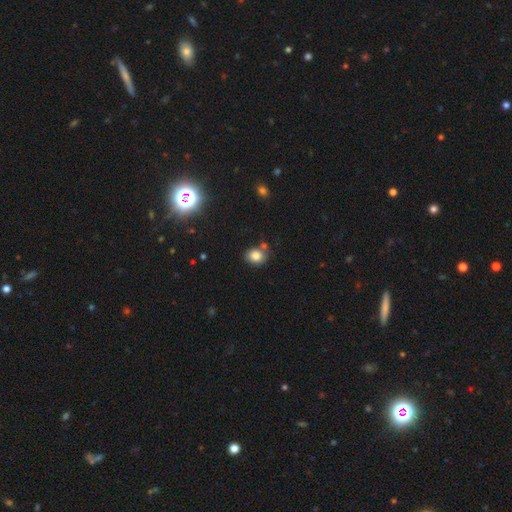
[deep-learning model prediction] Overall: smooth (82%). How rounded: round (60%; in between 39%). Merging: none (70%).